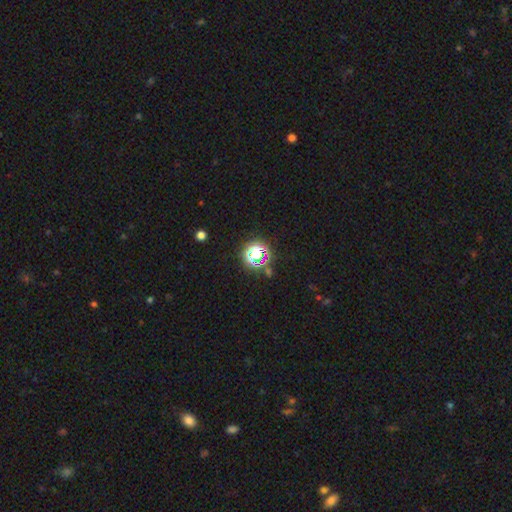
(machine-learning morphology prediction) This appears to be a star or artifact, not a galaxy (64%).